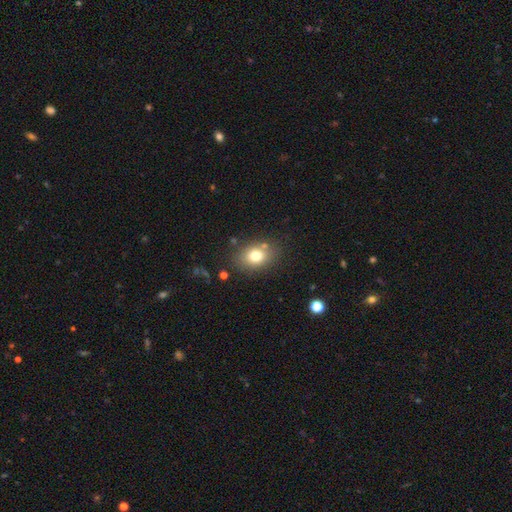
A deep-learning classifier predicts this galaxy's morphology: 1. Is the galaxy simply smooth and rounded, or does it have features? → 76% smooth, 13% featured or disk, 11% star or artifact.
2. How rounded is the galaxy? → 63% in between, 36% round, 1% cigar-shaped.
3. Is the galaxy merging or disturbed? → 78% none, 12% minor disturbance, 6% merger, 4% major disturbance.